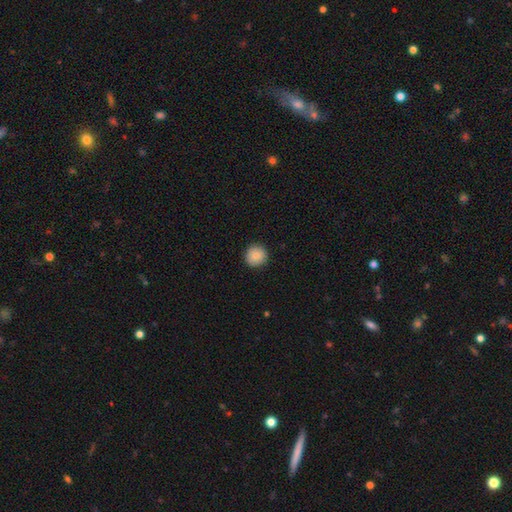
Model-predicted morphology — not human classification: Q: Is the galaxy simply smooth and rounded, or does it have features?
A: smooth — 84%.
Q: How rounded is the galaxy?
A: round — 95%.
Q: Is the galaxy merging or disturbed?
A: none — 91%.